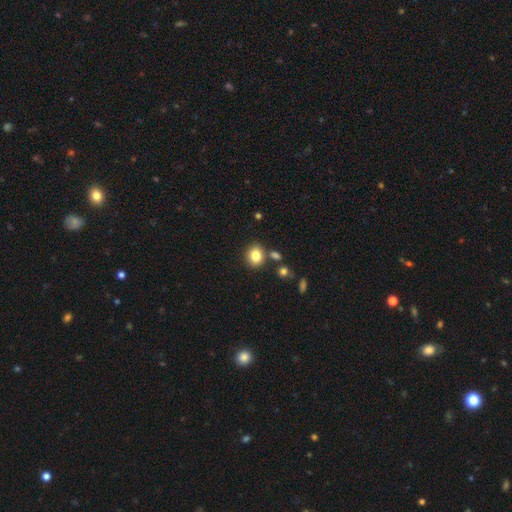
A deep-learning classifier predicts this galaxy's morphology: smooth-or-featured: smooth: 82% | star or artifact: 11% | featured or disk: 7%
  how-rounded: round: 67% | in between: 32% | cigar-shaped: 1%
  merging: none: 78% | minor disturbance: 10% | merger: 9% | major disturbance: 3%